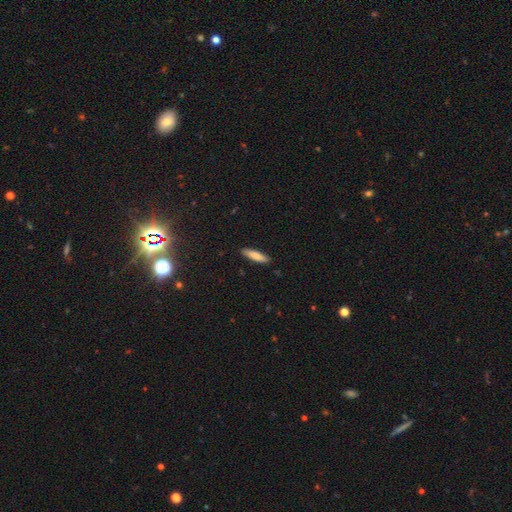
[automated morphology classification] smooth_or_featured: smooth (p=0.75) [alt: featured or disk p=0.19]
how_rounded: cigar-shaped (p=0.77) [alt: in between p=0.21]
merging: none (p=0.89) [alt: minor disturbance p=0.08]